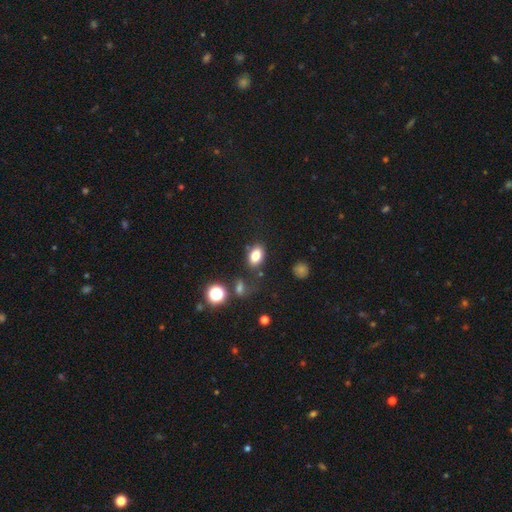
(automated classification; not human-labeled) Smooth or featured?
  - smooth: 79% *
  - star or artifact: 12%
  - featured or disk: 9%
How rounded?
  - in between: 83% *
  - round: 15%
  - cigar-shaped: 2%
Merging?
  - none: 77% *
  - minor disturbance: 13%
  - merger: 5%
  - major disturbance: 5%